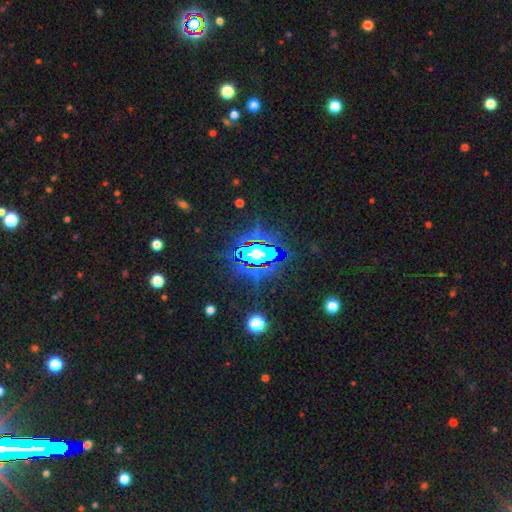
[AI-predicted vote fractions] Smooth or featured: star or artifact — 84% (smooth — 8%)